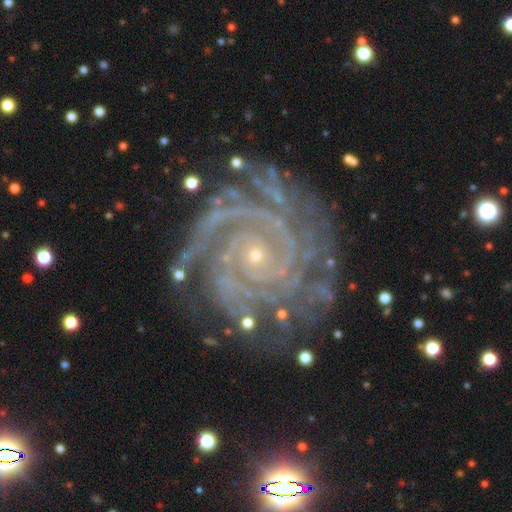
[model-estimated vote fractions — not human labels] Smooth or featured? Predicted: featured or disk (p=0.92). Edge-on disk? Predicted: no (p=0.98). Bar? Predicted: no (p=0.78). Spiral arms? Predicted: yes (p=0.99). Spiral winding? Predicted: tight (p=0.84). Spiral arm count? Predicted: 2 (p=0.26). Bulge size? Predicted: small (p=0.80). Merging? Predicted: none (p=0.73).